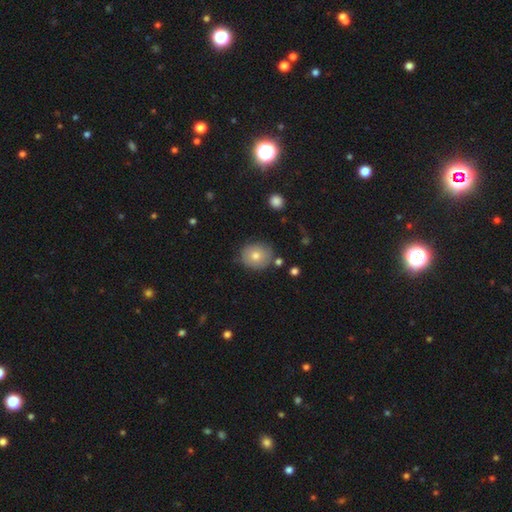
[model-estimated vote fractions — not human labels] A smooth galaxy with no disk features (73%) that is round (77%).

Vote fractions:
- Smooth or featured? smooth: 73% / featured or disk: 17% / star or artifact: 10%
- How rounded? round: 77% / in between: 22% / cigar-shaped: 1%
- Merging? none: 82% / minor disturbance: 12% / merger: 3% / major disturbance: 3%